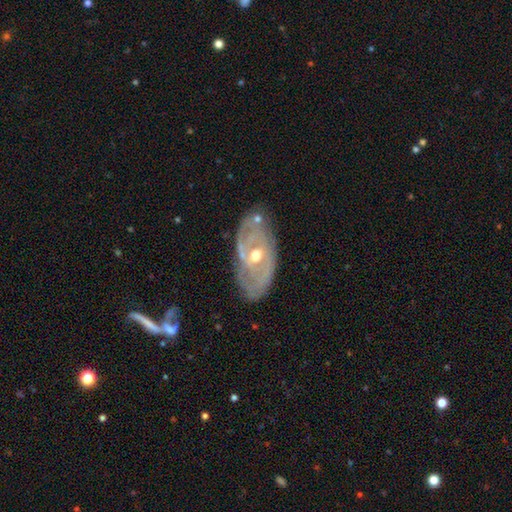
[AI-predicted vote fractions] A featured or disk galaxy (81%) with no bar (53%), tight (66%) spiral arms (70%) and a moderate central bulge (69%).

Vote fractions:
- Smooth or featured? featured or disk: 81% / smooth: 14% / star or artifact: 5%
- Edge-on disk? no: 91% / yes: 9%
- Bar? no: 53% / weak: 34% / strong: 13%
- Spiral arms? yes: 70% / no: 30%
- Spiral winding? tight: 66% / medium: 25% / loose: 9%
- Spiral arm count? can't tell: 46% / 2: 33% / 3: 9% / 1: 4% / 4: 4% / more than 4: 3%
- Bulge size? moderate: 69% / small: 26% / large: 3% / none: 1% / dominant: 1%
- Merging? none: 75% / minor disturbance: 17% / major disturbance: 5% / merger: 3%